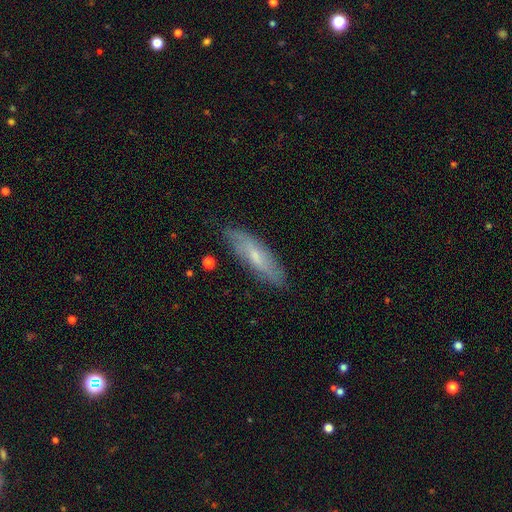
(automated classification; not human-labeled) Smooth or featured: featured or disk — 47% (smooth — 46%)
Merging: none — 80% (minor disturbance — 15%)